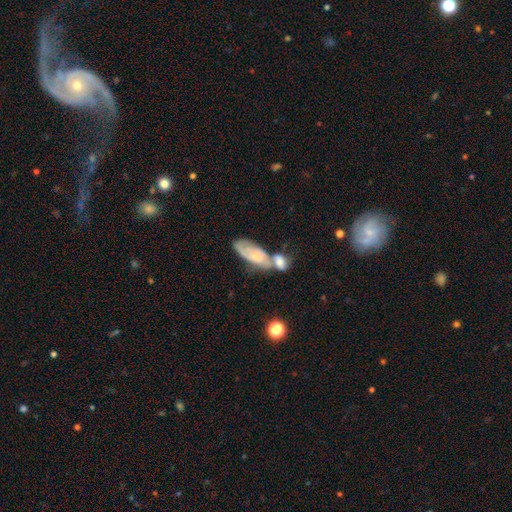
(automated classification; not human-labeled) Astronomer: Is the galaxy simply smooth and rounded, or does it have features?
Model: smooth — 48% (runner-up: featured or disk, 44%).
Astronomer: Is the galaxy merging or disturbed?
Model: merger — 51% (runner-up: none, 27%).